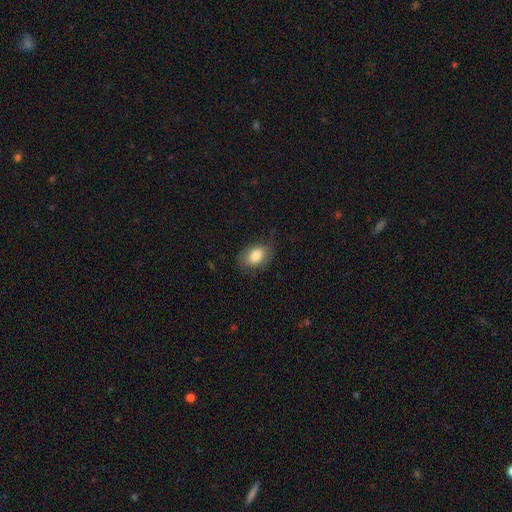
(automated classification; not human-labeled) smooth 81%, featured or disk 11%, star or artifact 7%. Down the decision tree: how rounded — in between (85%); merging — none (76%).